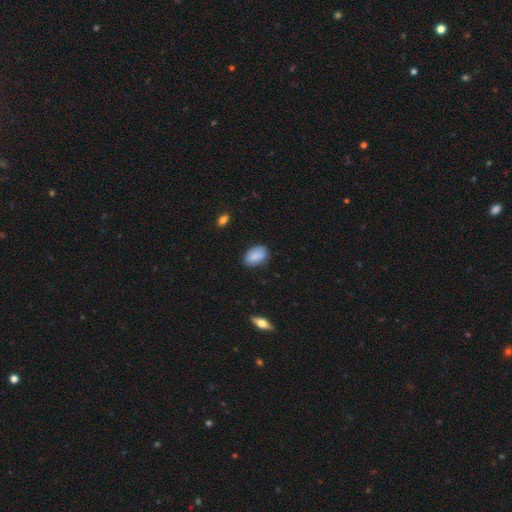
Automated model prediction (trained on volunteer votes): A smooth galaxy with no disk features (86%) that is in between round and cigar-shaped (92%).

Vote fractions:
- Smooth or featured? smooth: 86% / featured or disk: 7% / star or artifact: 7%
- How rounded? in between: 92% / round: 6% / cigar-shaped: 2%
- Merging? none: 80% / minor disturbance: 16% / major disturbance: 3% / merger: 1%